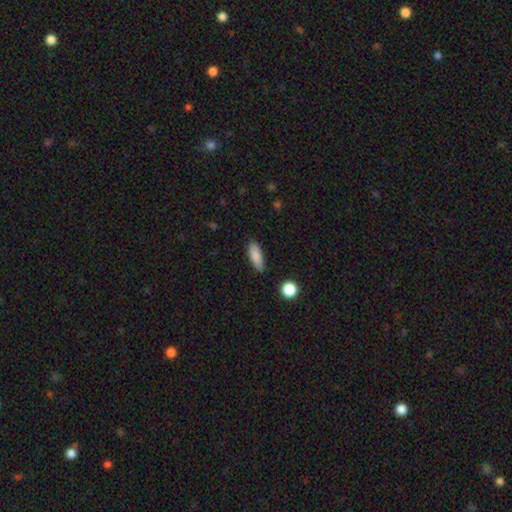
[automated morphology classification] A smooth galaxy with no disk features (86%) that is in between round and cigar-shaped (68%).

Vote fractions:
- Smooth or featured? smooth: 86% / star or artifact: 7% / featured or disk: 7%
- How rounded? in between: 68% / cigar-shaped: 29% / round: 3%
- Merging? none: 82% / minor disturbance: 13% / major disturbance: 3% / merger: 2%